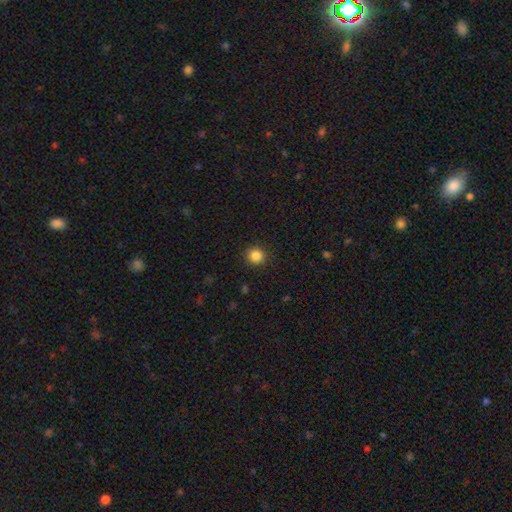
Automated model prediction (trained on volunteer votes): Smooth or featured?
  - smooth: 86% *
  - star or artifact: 11%
  - featured or disk: 4%
How rounded?
  - round: 91% *
  - in between: 8%
  - cigar-shaped: 1%
Merging?
  - none: 91% *
  - minor disturbance: 6%
  - major disturbance: 2%
  - merger: 1%